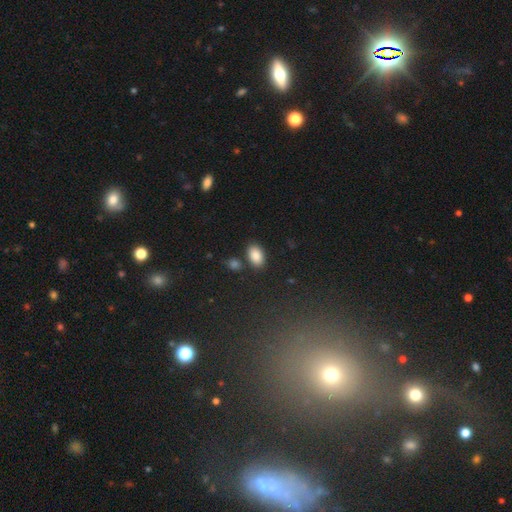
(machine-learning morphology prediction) Smooth or featured: smooth — 88% (star or artifact — 8%)
How rounded: in between — 92% (round — 7%)
Merging: none — 80% (minor disturbance — 11%)